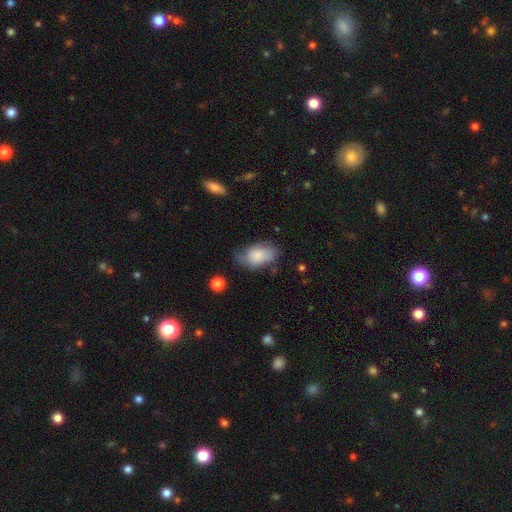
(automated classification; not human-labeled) This appears to be a smooth galaxy with no disk features (76%) that is in between round and cigar-shaped (91%). Merging: none (51%).